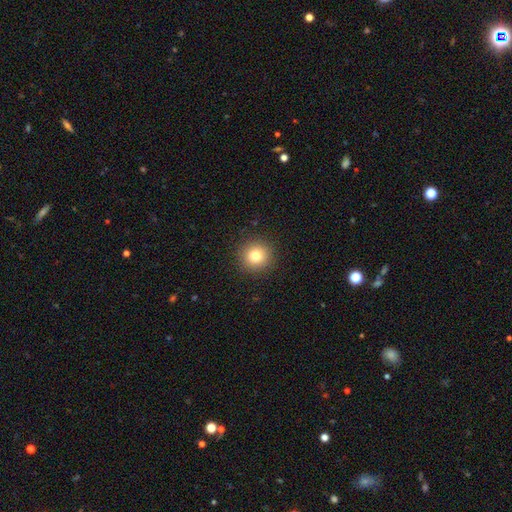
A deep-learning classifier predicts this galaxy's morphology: Smooth or featured? smooth (80%)
How rounded? round (94%)
Merging? none (92%)